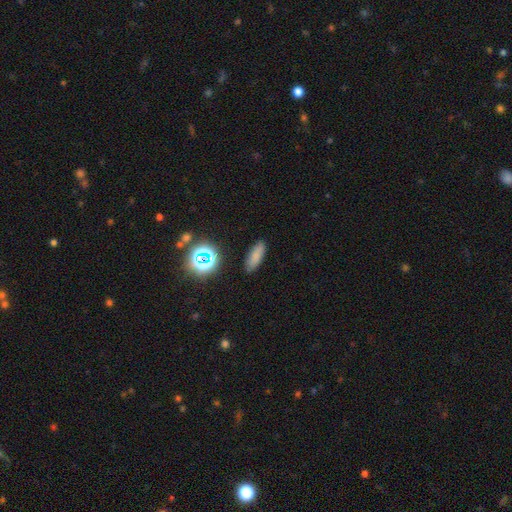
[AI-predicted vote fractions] Morphology: type=smooth (76%); roundness=in between (61%); merging=none (86%).